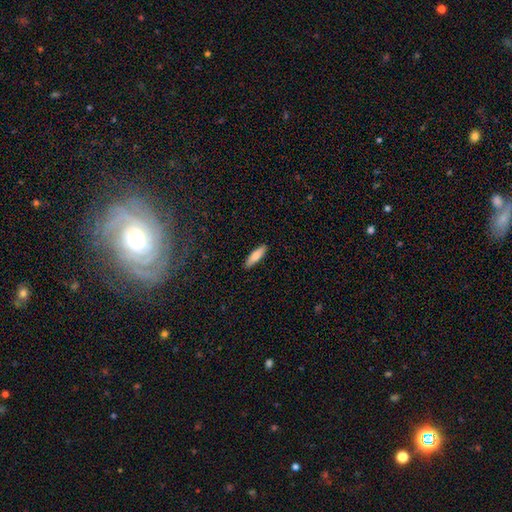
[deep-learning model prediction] Overall: smooth (79%). How rounded: cigar-shaped (63%; in between 36%). Merging: none (90%).